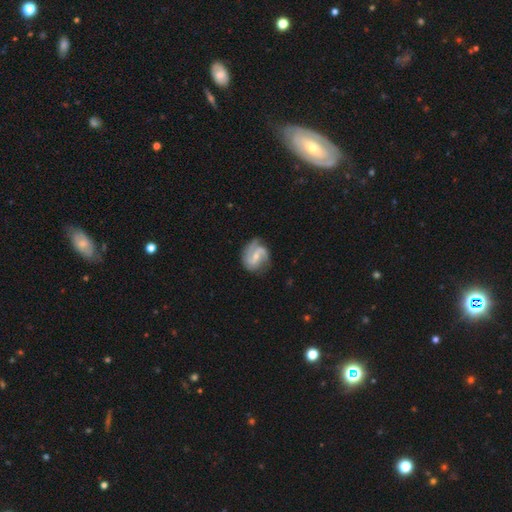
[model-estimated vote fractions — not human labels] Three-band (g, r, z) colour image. It shows a featured or disk galaxy (87%) with a weak bar (51%), 2 (80%) medium (52%) spiral arms (97%) and a small central bulge (59%). Merging: none (71%).